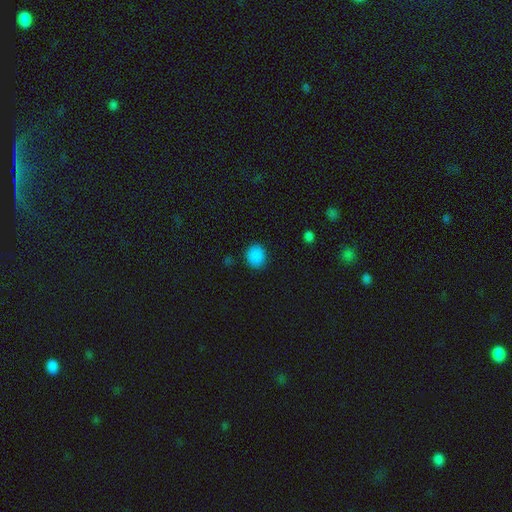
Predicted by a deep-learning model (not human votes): Morphology: type=smooth (86%); roundness=round (72%); merging=none (88%).